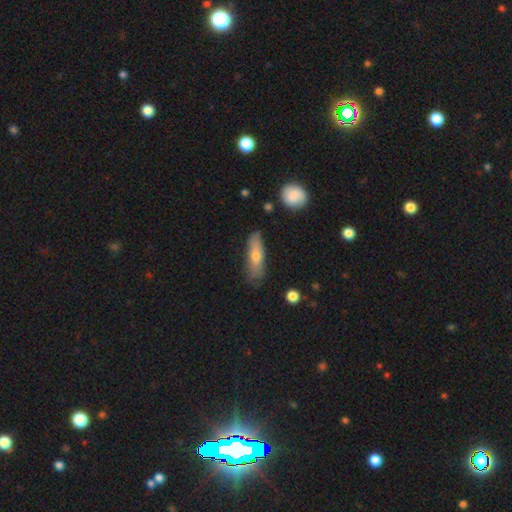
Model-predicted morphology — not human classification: type=smooth (65%); roundness=cigar-shaped (56%); merging=none (68%).